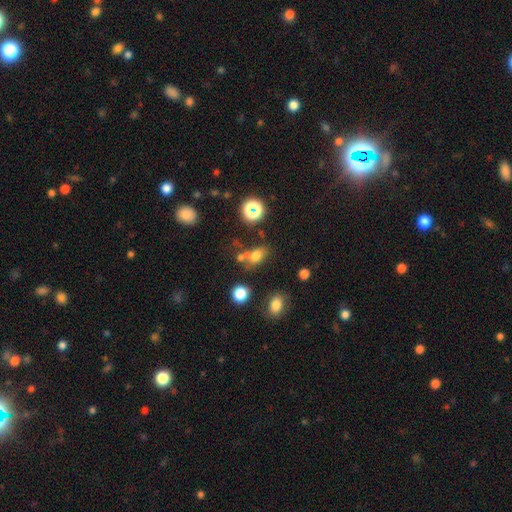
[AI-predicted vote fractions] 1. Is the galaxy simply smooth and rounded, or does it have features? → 69% smooth, 19% star or artifact, 13% featured or disk.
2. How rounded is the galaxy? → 71% in between, 26% round, 3% cigar-shaped.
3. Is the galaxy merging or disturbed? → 51% none, 25% merger, 16% minor disturbance, 8% major disturbance.